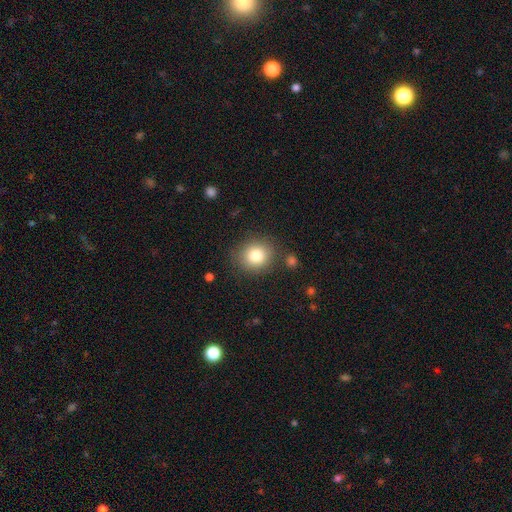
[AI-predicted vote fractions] This is clearly a smooth galaxy (81%). How rounded: clearly round (80%). Merging: clearly none (84%).